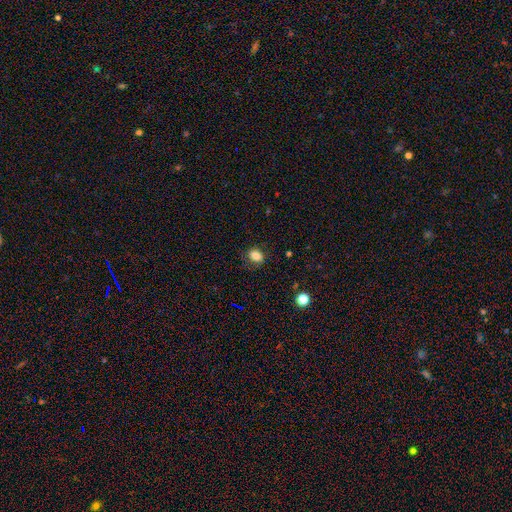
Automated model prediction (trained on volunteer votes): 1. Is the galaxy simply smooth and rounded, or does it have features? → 82% smooth, 11% star or artifact, 7% featured or disk.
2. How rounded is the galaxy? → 62% in between, 37% round, 1% cigar-shaped.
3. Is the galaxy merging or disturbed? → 78% none, 16% minor disturbance, 5% major disturbance, 1% merger.